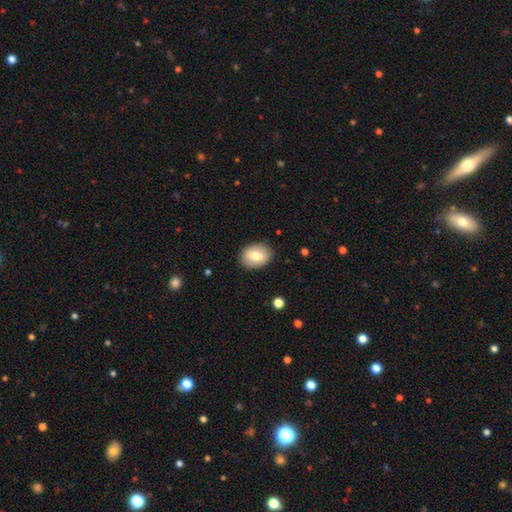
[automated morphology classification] Smooth or featured: smooth — 74% (featured or disk — 19%)
How rounded: in between — 70% (round — 28%)
Merging: none — 87% (minor disturbance — 10%)